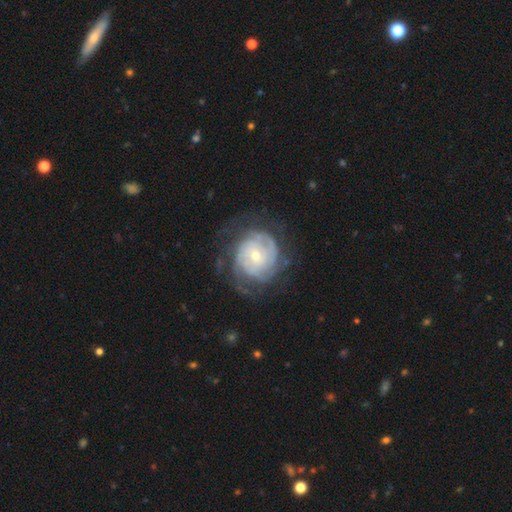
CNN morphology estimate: Smooth or featured? Predicted: featured or disk (p=0.83). Edge-on disk? Predicted: no (p=0.98). Bar? Predicted: no (p=0.71). Spiral arms? Predicted: yes (p=0.94). Spiral winding? Predicted: tight (p=0.74). Spiral arm count? Predicted: can't tell (p=0.40). Bulge size? Predicted: small (p=0.58). Merging? Predicted: none (p=0.67).